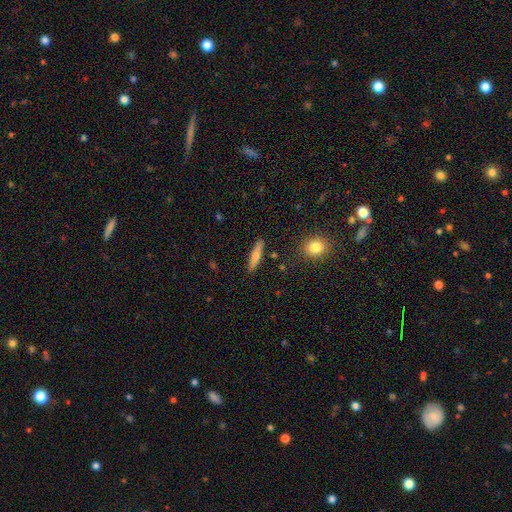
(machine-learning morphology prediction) smooth 70%, featured or disk 23%, star or artifact 7%. Down the decision tree: how rounded — cigar-shaped (81%); merging — none (87%).